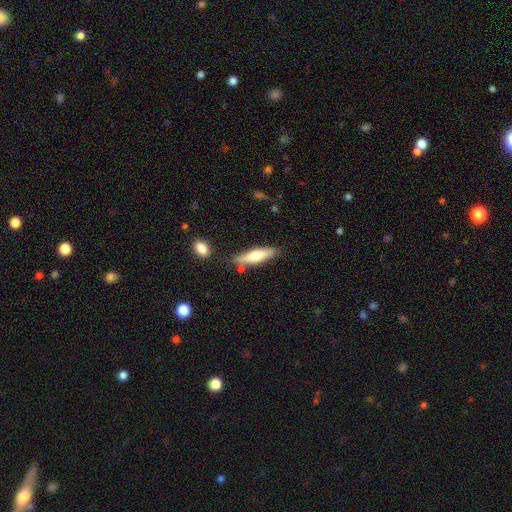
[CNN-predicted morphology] The model was most divided on "smooth or featured": smooth: 56%, featured or disk: 38%, star or artifact: 6%. More confident: merging — none (77%); how rounded — cigar-shaped (76%).